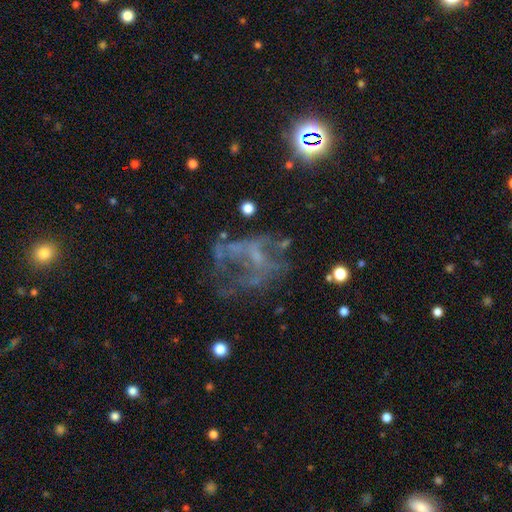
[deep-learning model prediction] smooth-or-featured: featured or disk: 55% | star or artifact: 28% | smooth: 16%
  disk-edge-on: no: 97% | yes: 3%
    bar: no: 77% | weak: 18% | strong: 5%
    has-spiral-arms: no: 70% | yes: 30%
    bulge-size: none: 58% | small: 31% | moderate: 9% | large: 1% | dominant: 1%
  merging: none: 40% | major disturbance: 37% | minor disturbance: 17% | merger: 6%